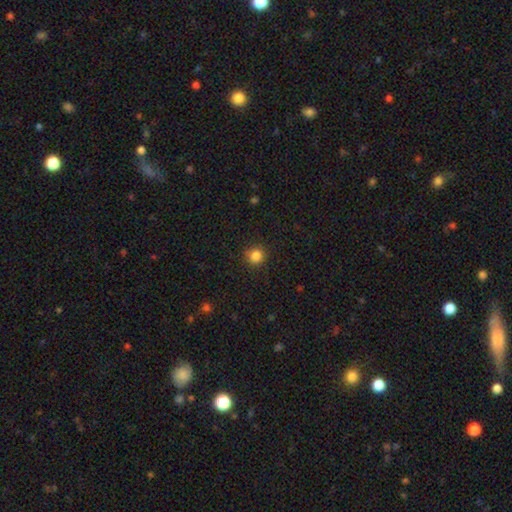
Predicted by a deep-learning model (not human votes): Overall: smooth (85%). How rounded: round (92%). Merging: none (90%).